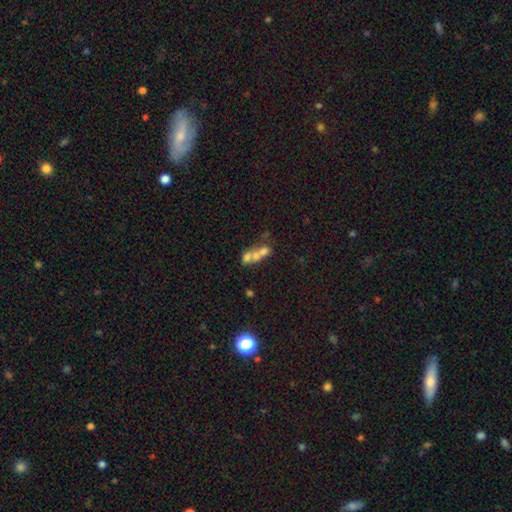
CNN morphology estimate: Q: Smooth or featured?
A: smooth (52%); runner-up: featured or disk (34%)
Q: How rounded?
A: in between (51%); runner-up: round (44%)
Q: Merging?
A: merger (65%); runner-up: none (21%)